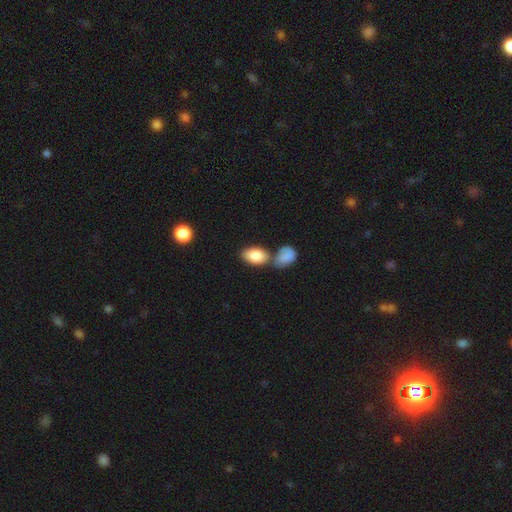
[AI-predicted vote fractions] smooth-or-featured: smooth: 84% | featured or disk: 10% | star or artifact: 6%
  how-rounded: in between: 92% | round: 7% | cigar-shaped: 2%
  merging: none: 50% | merger: 32% | minor disturbance: 13% | major disturbance: 4%